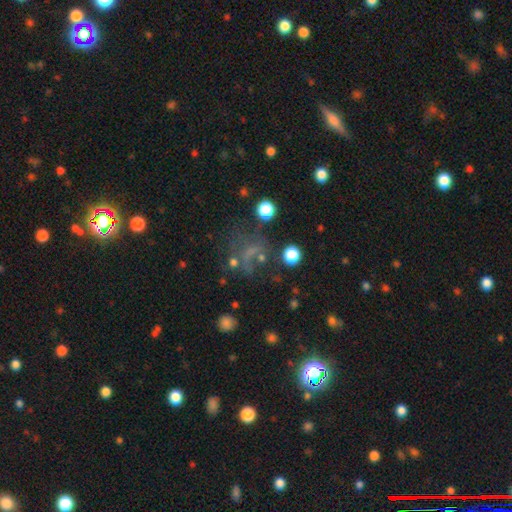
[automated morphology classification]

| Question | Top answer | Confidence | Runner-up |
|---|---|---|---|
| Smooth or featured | star or artifact | 48% | smooth (31%) |